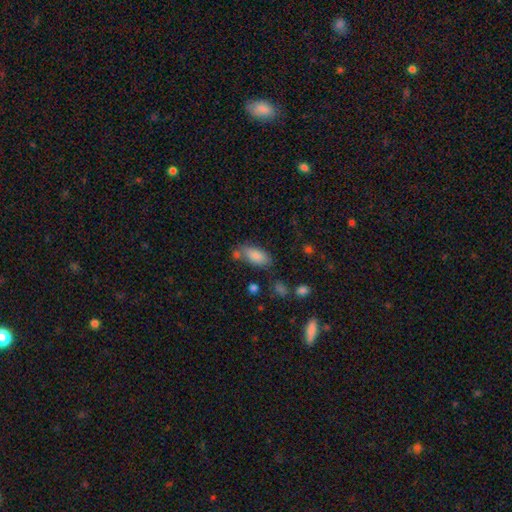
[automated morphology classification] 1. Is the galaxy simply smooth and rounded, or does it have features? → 85% smooth, 8% featured or disk, 8% star or artifact.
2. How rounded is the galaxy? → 89% in between, 8% cigar-shaped, 3% round.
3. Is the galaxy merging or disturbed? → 60% none, 20% minor disturbance, 14% merger, 6% major disturbance.